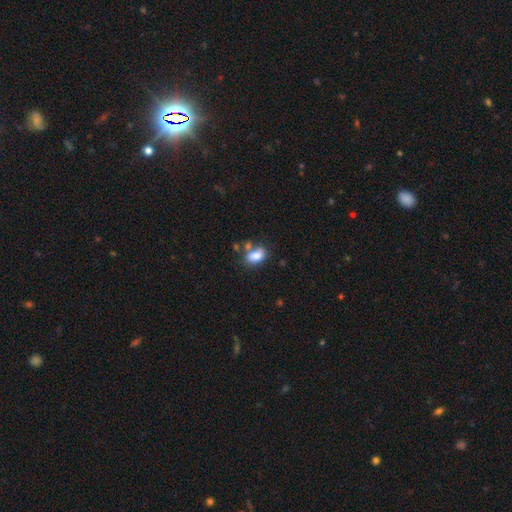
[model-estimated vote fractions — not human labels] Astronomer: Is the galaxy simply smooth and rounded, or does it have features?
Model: smooth — 80%.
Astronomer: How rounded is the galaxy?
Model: in between — 86%.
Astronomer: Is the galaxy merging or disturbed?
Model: none — 54%.